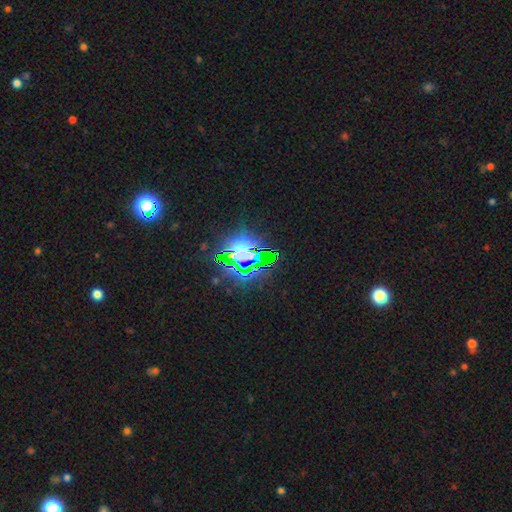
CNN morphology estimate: This is likely a star or artifact rather than a galaxy (78%).